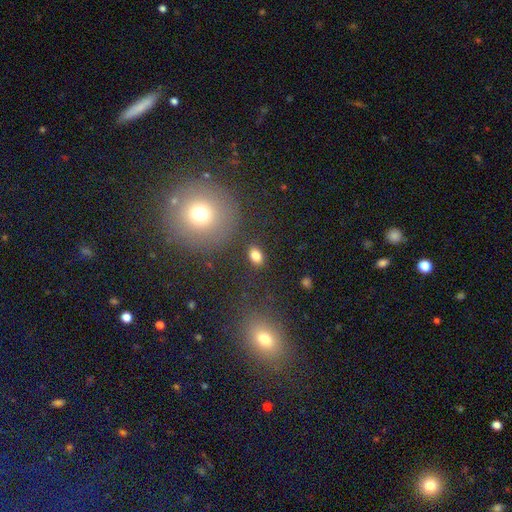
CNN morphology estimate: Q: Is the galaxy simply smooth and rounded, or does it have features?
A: smooth — 82%.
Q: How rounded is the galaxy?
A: in between — 81%.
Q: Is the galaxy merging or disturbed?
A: none — 85%.